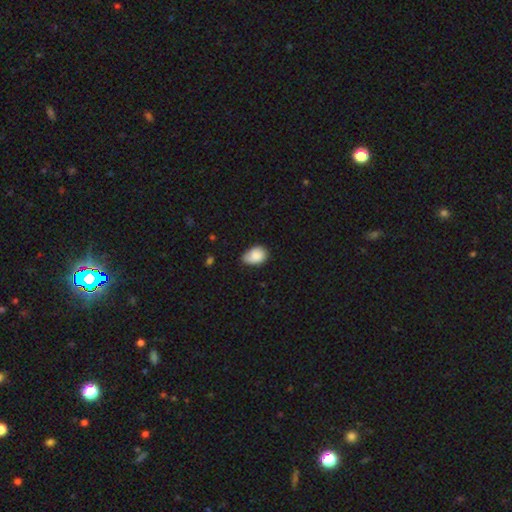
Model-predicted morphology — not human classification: Smooth or featured? Predicted: smooth (p=0.83). How rounded? Predicted: in between (p=0.77). Merging? Predicted: none (p=0.49).